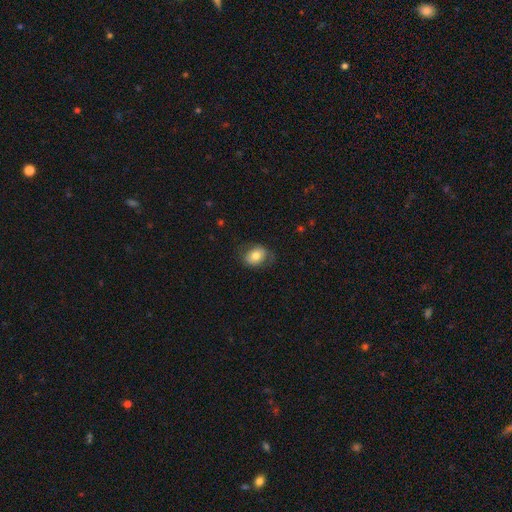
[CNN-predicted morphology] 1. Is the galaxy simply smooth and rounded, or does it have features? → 71% smooth, 21% featured or disk, 8% star or artifact.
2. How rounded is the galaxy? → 59% in between, 40% round, 1% cigar-shaped.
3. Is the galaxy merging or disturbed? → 70% none, 19% minor disturbance, 9% major disturbance, 1% merger.